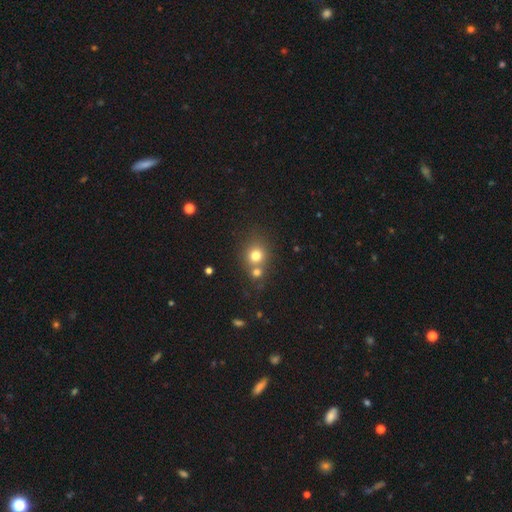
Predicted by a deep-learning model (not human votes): Q: Smooth or featured?
A: smooth (76%); runner-up: star or artifact (14%)
Q: How rounded?
A: round (83%); runner-up: in between (16%)
Q: Merging?
A: none (50%); runner-up: merger (39%)